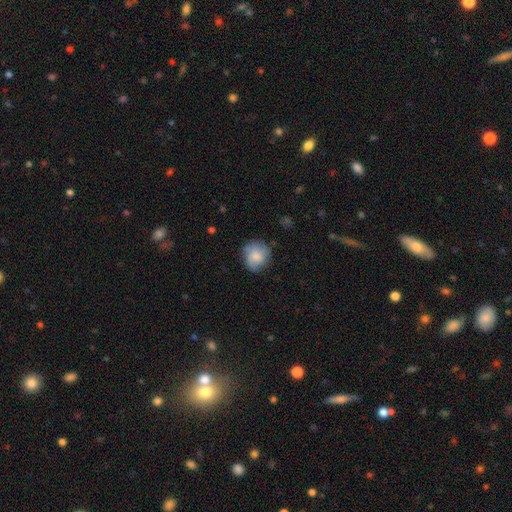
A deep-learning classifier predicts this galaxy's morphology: Smooth or featured?
  - smooth: 64% *
  - featured or disk: 28%
  - star or artifact: 7%
How rounded?
  - round: 83% *
  - in between: 16%
  - cigar-shaped: 1%
Merging?
  - none: 70% *
  - minor disturbance: 21%
  - major disturbance: 7%
  - merger: 2%